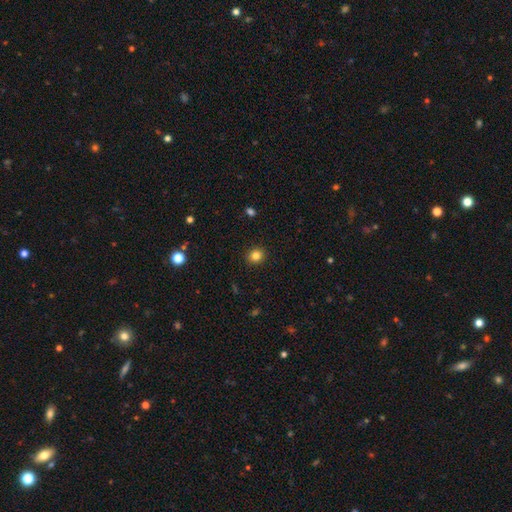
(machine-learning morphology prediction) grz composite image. It shows a smooth galaxy with no disk features (83%) that is round (80%). Merging: none (92%).